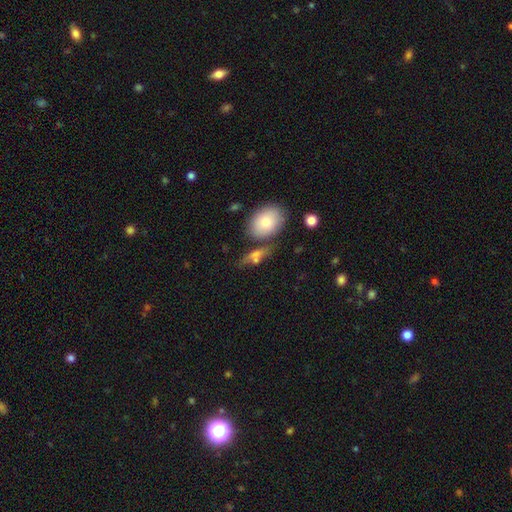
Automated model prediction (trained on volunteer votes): Smooth or featured? smooth (65%)
How rounded? in between (62%)
Merging? none (51%)